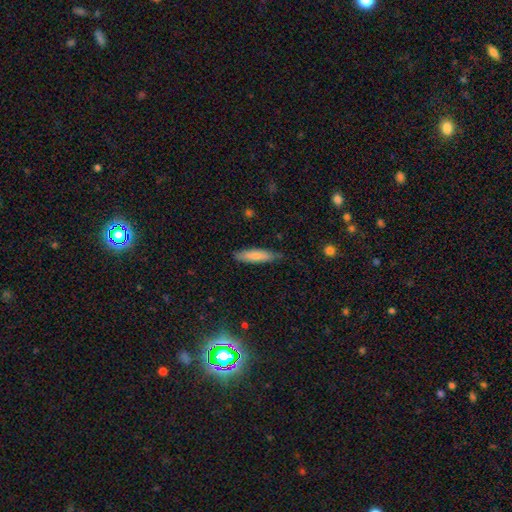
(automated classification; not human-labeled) This is likely a smooth galaxy (78%). How rounded: likely cigar-shaped (70%). Merging: likely none (78%).